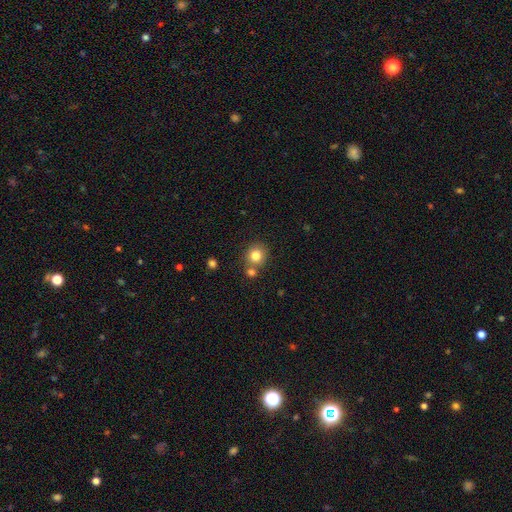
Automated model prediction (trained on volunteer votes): Smooth or featured: smooth — 81% (star or artifact — 11%)
How rounded: round — 86% (in between — 13%)
Merging: none — 67% (merger — 22%)